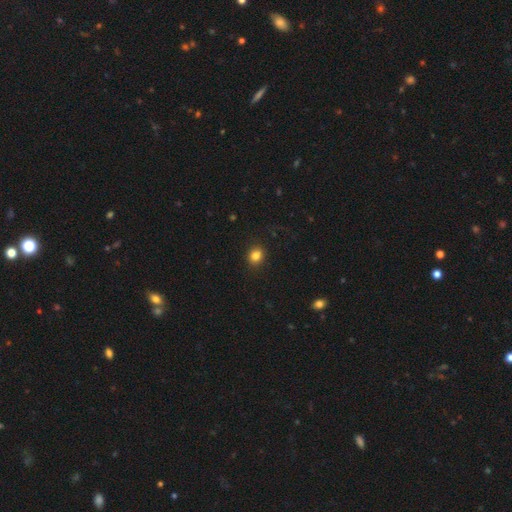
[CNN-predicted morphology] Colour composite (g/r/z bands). It shows a smooth galaxy with no disk features (83%) that is round (73%). Merging: none (90%).